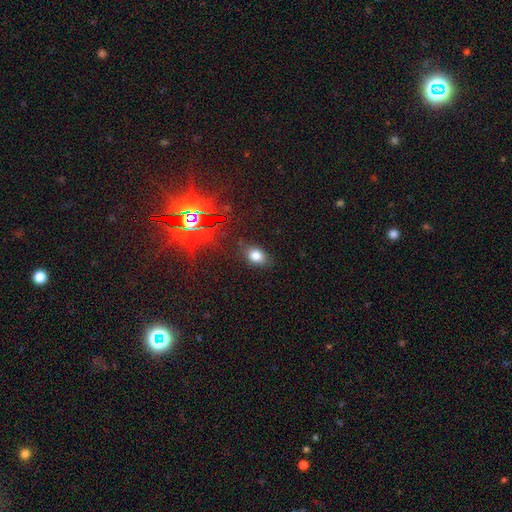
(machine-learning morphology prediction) The model was most divided on "how rounded": in between: 75%, round: 24%, cigar-shaped: 2%. More confident: merging — none (81%); smooth or featured — smooth (74%).